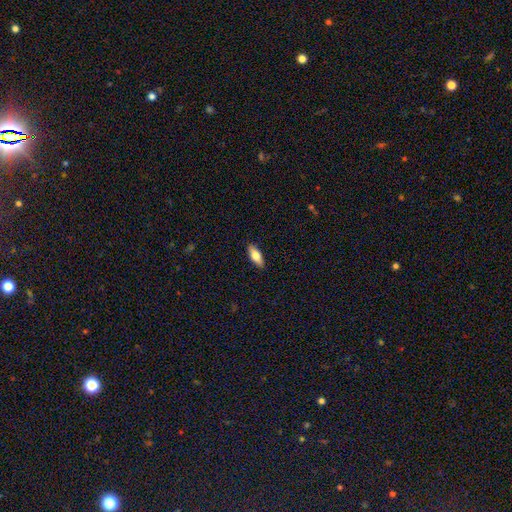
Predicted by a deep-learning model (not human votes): A smooth galaxy with no disk features (77%) that is in between round and cigar-shaped (75%). Merging: none (88%).